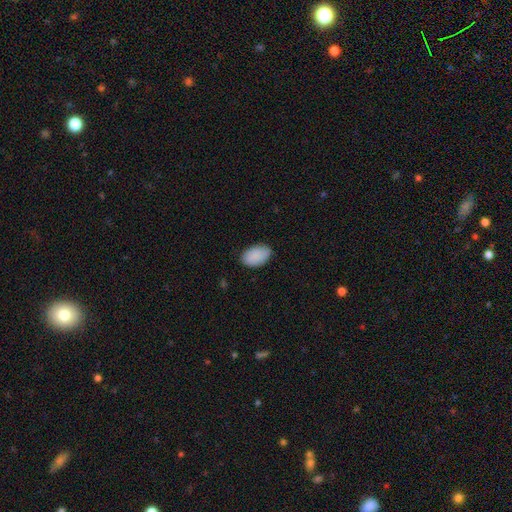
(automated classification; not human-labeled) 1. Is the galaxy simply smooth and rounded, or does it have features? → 90% smooth, 6% star or artifact, 4% featured or disk.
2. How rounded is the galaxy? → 93% in between, 6% round, 1% cigar-shaped.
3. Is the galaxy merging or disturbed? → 83% none, 14% minor disturbance, 2% major disturbance, 1% merger.